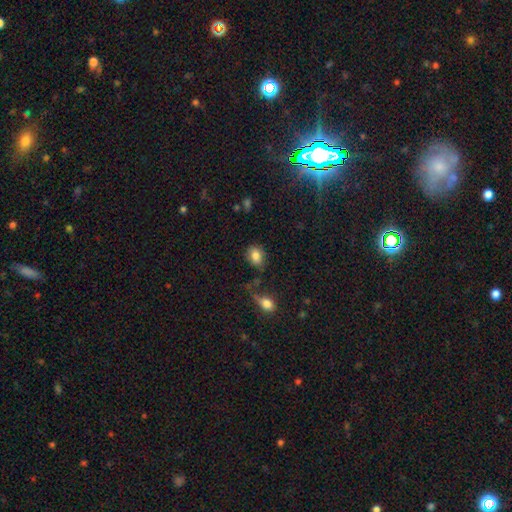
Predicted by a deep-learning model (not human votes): Morphology: type=smooth (84%); roundness=in between (63%); merging=none (70%).